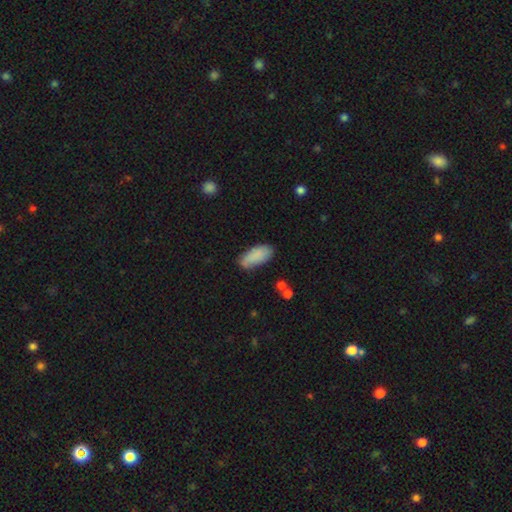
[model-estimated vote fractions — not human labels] Smooth or featured: smooth — 83% (featured or disk — 11%)
How rounded: in between — 88% (cigar-shaped — 10%)
Merging: none — 69% (minor disturbance — 23%)